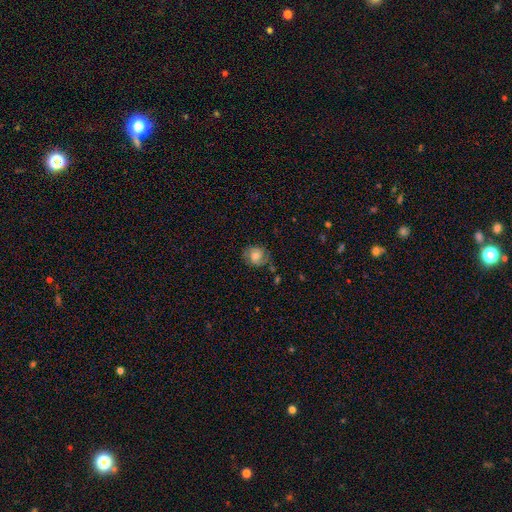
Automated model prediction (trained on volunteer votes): Smooth or featured?
  - smooth: 59% *
  - featured or disk: 31%
  - star or artifact: 10%
How rounded?
  - round: 76% *
  - in between: 23%
  - cigar-shaped: 1%
Merging?
  - none: 70% *
  - minor disturbance: 20%
  - major disturbance: 7%
  - merger: 3%